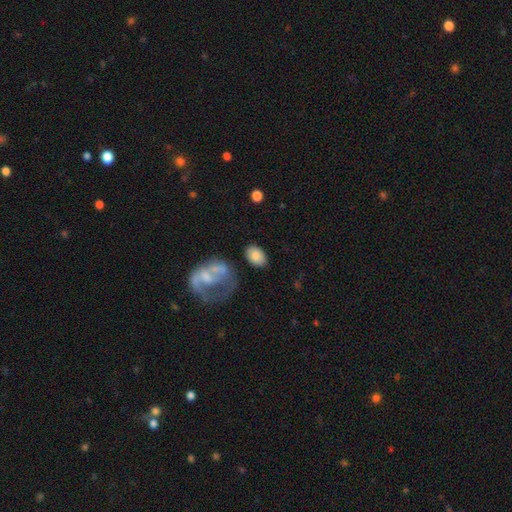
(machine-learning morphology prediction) Smooth or featured?
  - smooth: 80% *
  - featured or disk: 13%
  - star or artifact: 7%
How rounded?
  - in between: 86% *
  - round: 13%
  - cigar-shaped: 1%
Merging?
  - none: 74% *
  - minor disturbance: 13%
  - major disturbance: 7%
  - merger: 6%